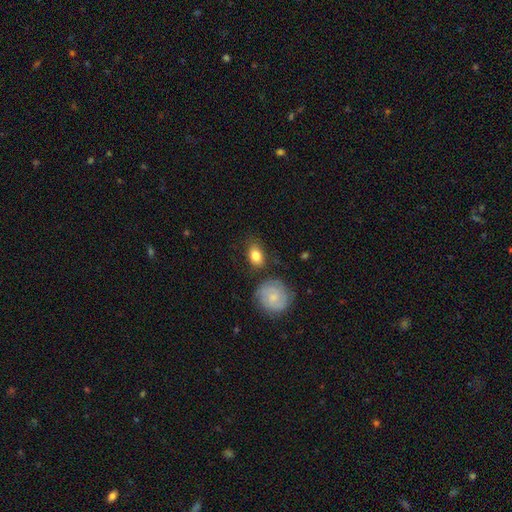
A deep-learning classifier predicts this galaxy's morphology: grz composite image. It shows a smooth galaxy with no disk features (81%) that is in between round and cigar-shaped (72%). Merging: none (74%).